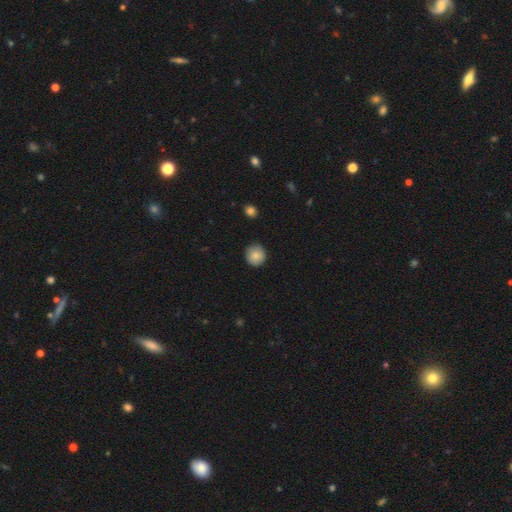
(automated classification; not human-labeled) A smooth galaxy with no disk features (84%) that is round (92%). Merging: none (86%).